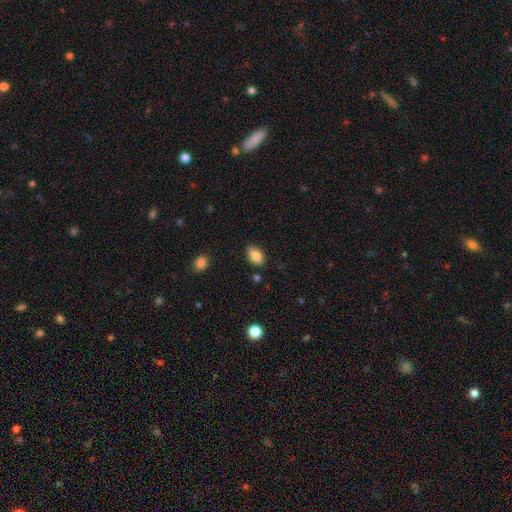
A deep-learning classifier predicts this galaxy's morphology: This appears to be a smooth galaxy with no disk features (85%) that is in between round and cigar-shaped (91%). Merging: none (85%).